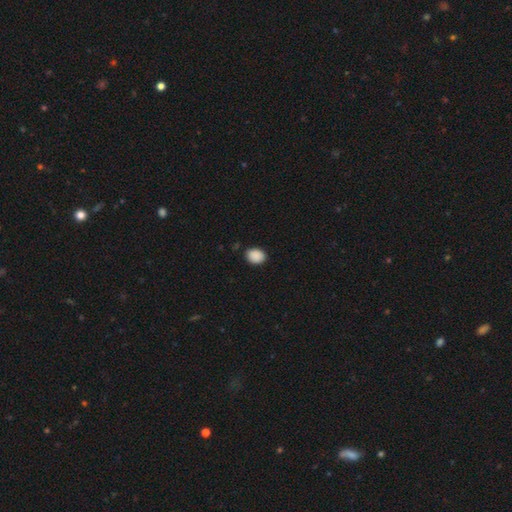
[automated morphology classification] Q: Smooth or featured?
A: smooth (90%); runner-up: star or artifact (8%)
Q: How rounded?
A: in between (55%); runner-up: round (44%)
Q: Merging?
A: none (87%); runner-up: minor disturbance (9%)